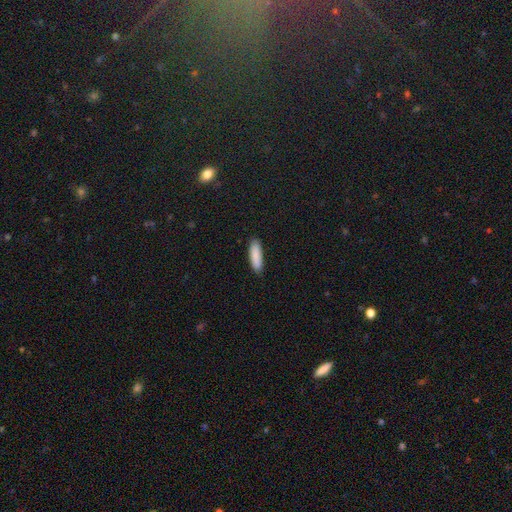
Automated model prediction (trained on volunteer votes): smooth 89%, star or artifact 6%, featured or disk 5%. Down the decision tree: how rounded — cigar-shaped (55%); merging — none (88%).